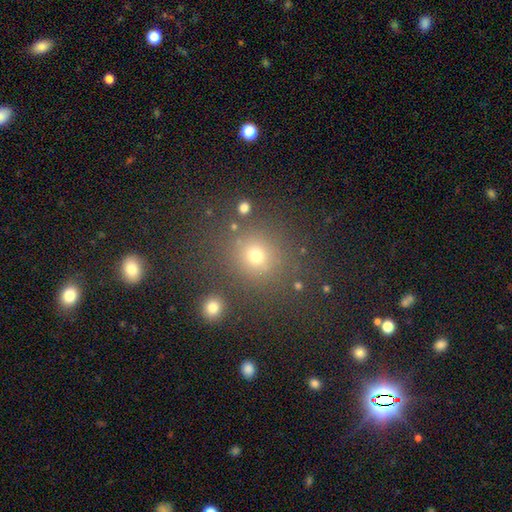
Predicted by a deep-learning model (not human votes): The model was most divided on "smooth or featured": smooth: 67%, star or artifact: 24%, featured or disk: 9%. More confident: how rounded — round (83%); merging — none (80%).